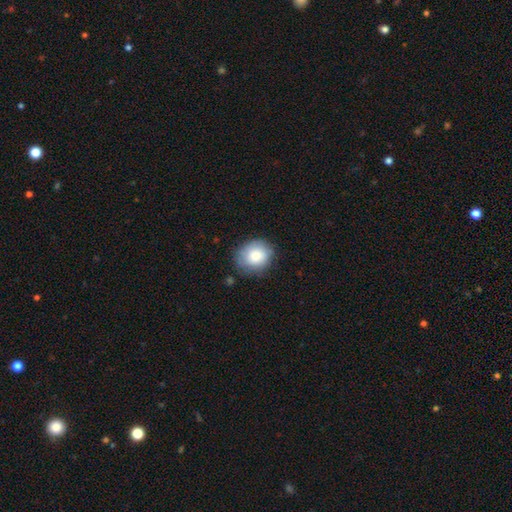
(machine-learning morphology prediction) The model was most divided on "how rounded": round: 68%, in between: 31%, cigar-shaped: 1%. More confident: smooth or featured — smooth (80%); merging — none (75%).